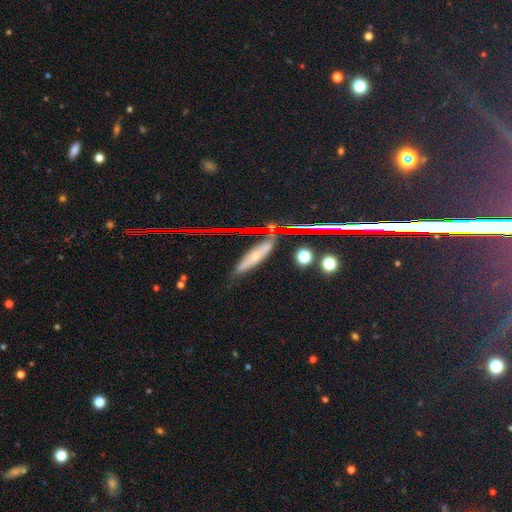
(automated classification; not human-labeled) smooth_or_featured: featured or disk (p=0.39) [alt: smooth p=0.36]
merging: none (p=0.76) [alt: minor disturbance p=0.16]